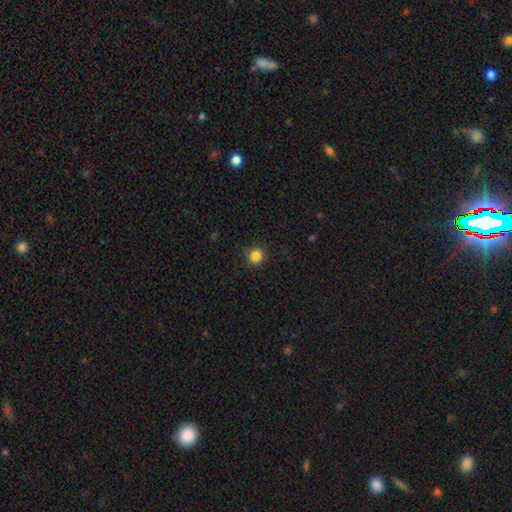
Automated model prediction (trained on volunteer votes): Smooth or featured?
  - smooth: 85% *
  - star or artifact: 12%
  - featured or disk: 4%
How rounded?
  - round: 93% *
  - in between: 6%
  - cigar-shaped: 1%
Merging?
  - none: 88% *
  - minor disturbance: 9%
  - major disturbance: 2%
  - merger: 1%